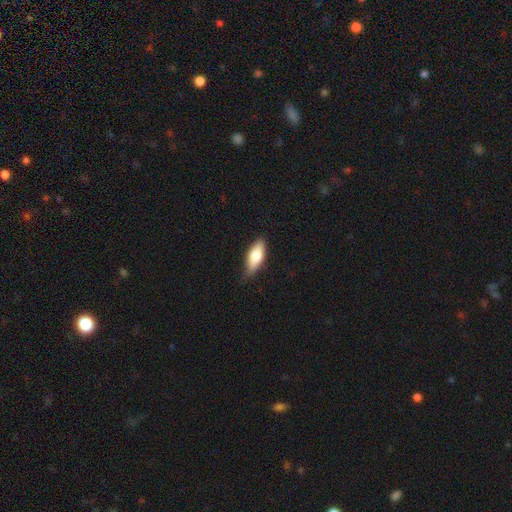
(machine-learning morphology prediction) A smooth galaxy with no disk features (74%) that is in between round and cigar-shaped (78%).

Vote fractions:
- Smooth or featured? smooth: 74% / featured or disk: 21% / star or artifact: 6%
- How rounded? in between: 78% / cigar-shaped: 19% / round: 3%
- Merging? none: 72% / minor disturbance: 24% / major disturbance: 3% / merger: 1%